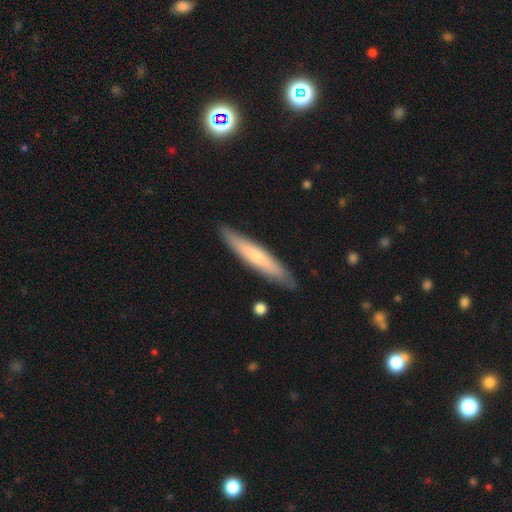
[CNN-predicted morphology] type=smooth (63%); roundness=cigar-shaped (91%); merging=none (88%).